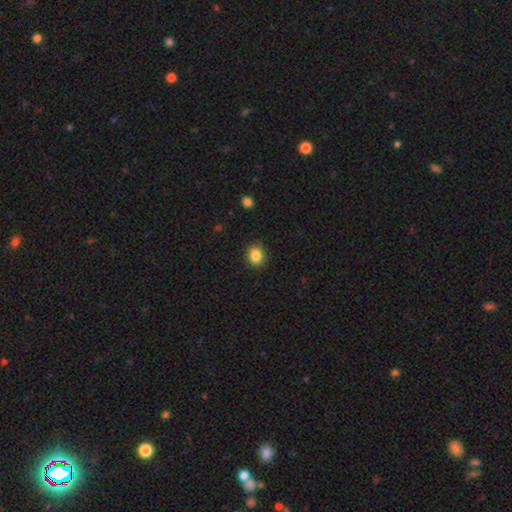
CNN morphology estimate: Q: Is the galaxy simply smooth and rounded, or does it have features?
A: smooth — 85%.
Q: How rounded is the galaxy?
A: round — 51%.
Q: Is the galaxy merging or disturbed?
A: none — 82%.